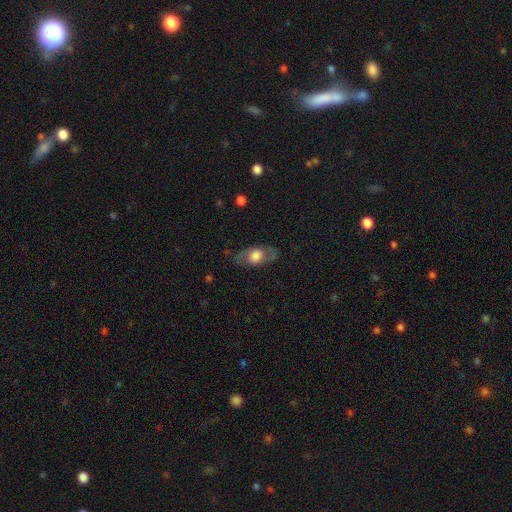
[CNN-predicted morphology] type=smooth (49%); merging=none (78%).